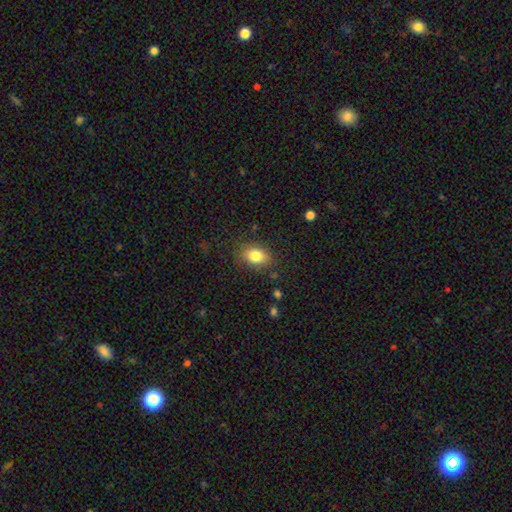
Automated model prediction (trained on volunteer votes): This is clearly a smooth galaxy (83%). How rounded: likely in between (77%). Merging: clearly none (84%).